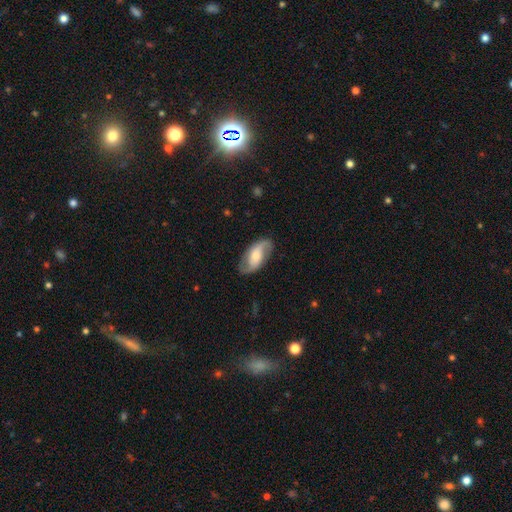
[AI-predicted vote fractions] This is likely a featured or disk galaxy (70%). It is clearly not viewed edge-on (94%). Bar: possibly no (47%). Spiral arm pattern: clearly yes (91%). Spiral arm count: clearly 2 (89%). Spiral winding: possibly loose (48%). Central bulge: possibly moderate (50%). Merging: likely none (79%).